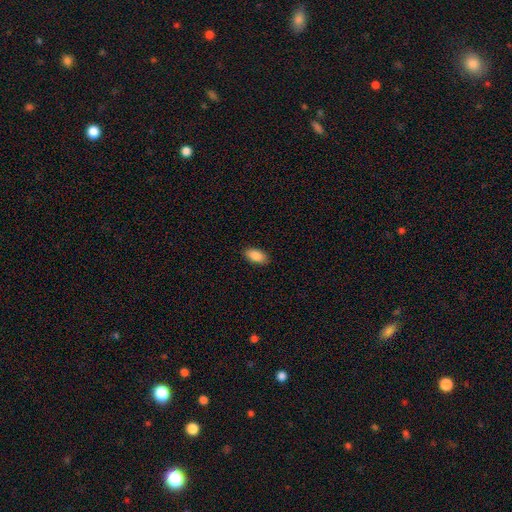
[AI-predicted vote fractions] smooth 88%, star or artifact 7%, featured or disk 5%. Down the decision tree: how rounded — in between (93%); merging — none (89%).